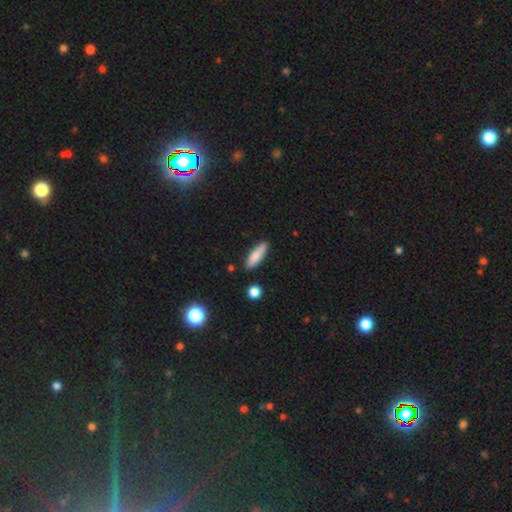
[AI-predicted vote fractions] Q: Smooth or featured?
A: smooth (83%); runner-up: featured or disk (11%)
Q: How rounded?
A: cigar-shaped (61%); runner-up: in between (37%)
Q: Merging?
A: none (84%); runner-up: minor disturbance (12%)